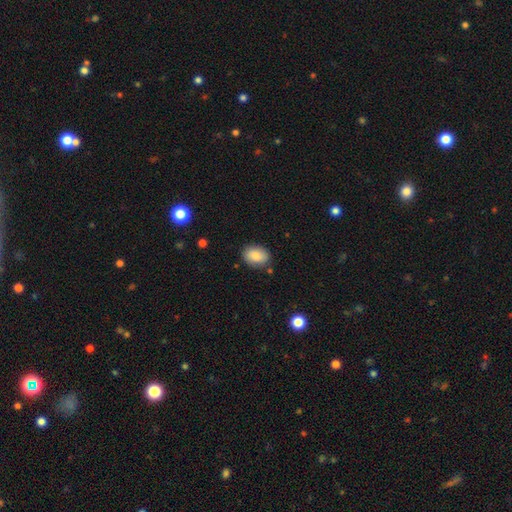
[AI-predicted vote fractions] Smooth or featured: smooth — 83% (featured or disk — 9%)
How rounded: in between — 76% (round — 23%)
Merging: none — 83% (minor disturbance — 12%)